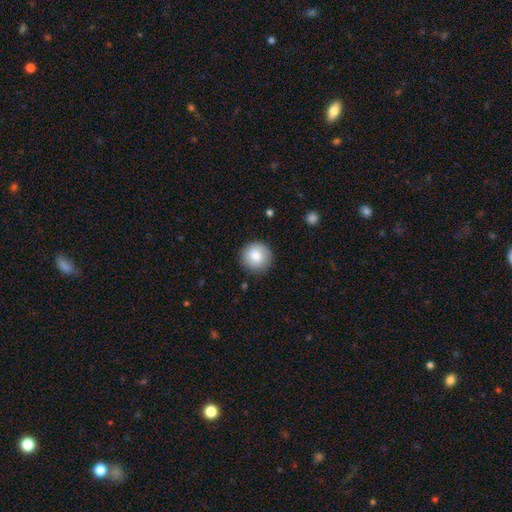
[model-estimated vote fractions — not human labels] A smooth galaxy with no disk features (83%) that is round (95%). Merging: none (87%).